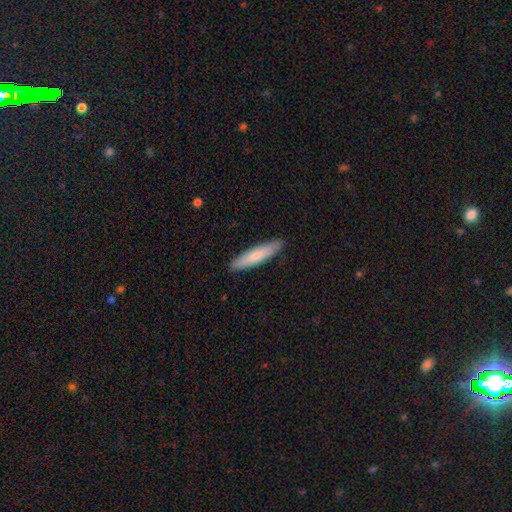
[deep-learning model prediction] Smooth or featured?
  - smooth: 79% *
  - featured or disk: 16%
  - star or artifact: 5%
How rounded?
  - cigar-shaped: 83% *
  - in between: 16%
  - round: 1%
Merging?
  - none: 89% *
  - minor disturbance: 8%
  - major disturbance: 2%
  - merger: 1%